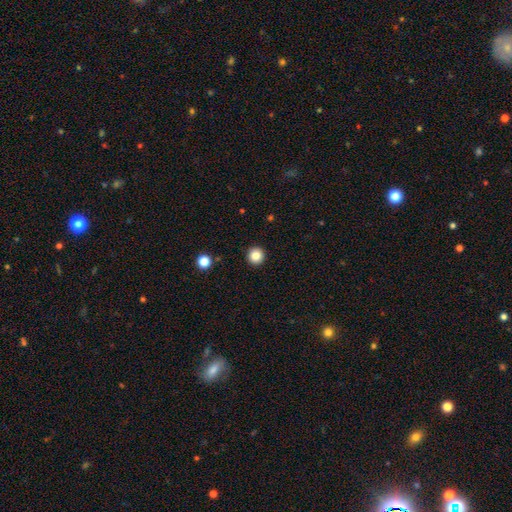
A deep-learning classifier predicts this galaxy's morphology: type=smooth (85%); roundness=round (95%); merging=none (93%).